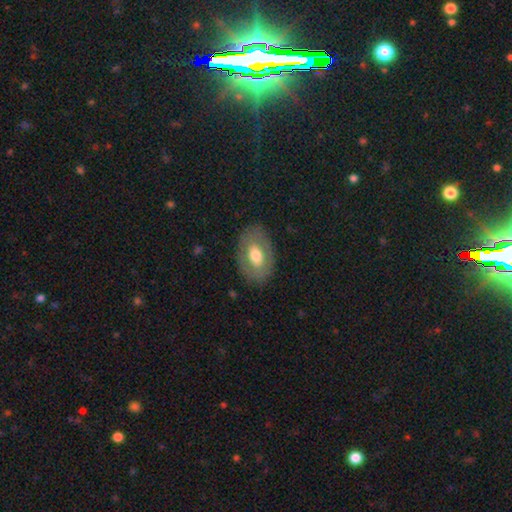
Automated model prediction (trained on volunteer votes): Smooth or featured? smooth (53%)
How rounded? in between (85%)
Merging? none (81%)